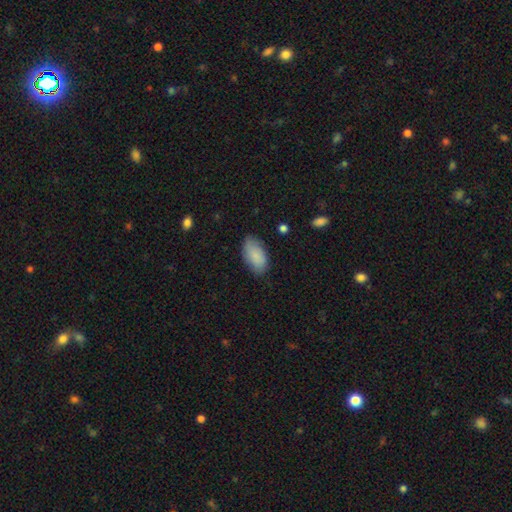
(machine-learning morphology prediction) Smooth or featured: smooth — 85% (featured or disk — 8%)
How rounded: in between — 94% (cigar-shaped — 3%)
Merging: none — 77% (minor disturbance — 18%)